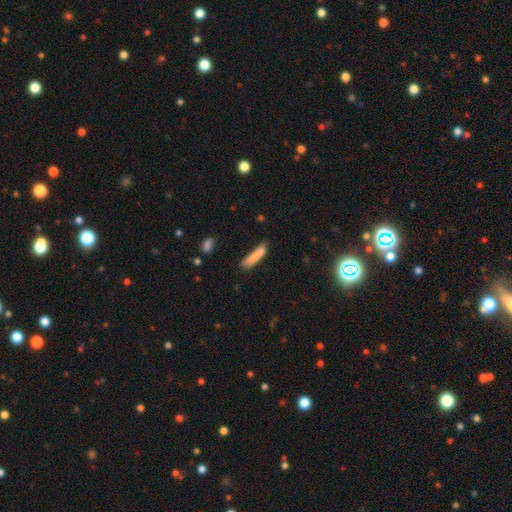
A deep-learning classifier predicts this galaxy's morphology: The model was most divided on "merging": none: 62%, minor disturbance: 25%, major disturbance: 7%, merger: 6%. More confident: how rounded — cigar-shaped (85%); smooth or featured — smooth (81%).